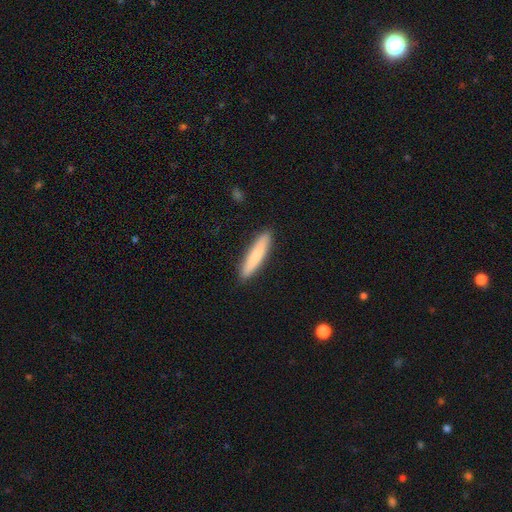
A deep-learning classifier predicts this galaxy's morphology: This appears to be a smooth galaxy with no disk features (77%) that is cigar-shaped (90%). Merging: none (91%).